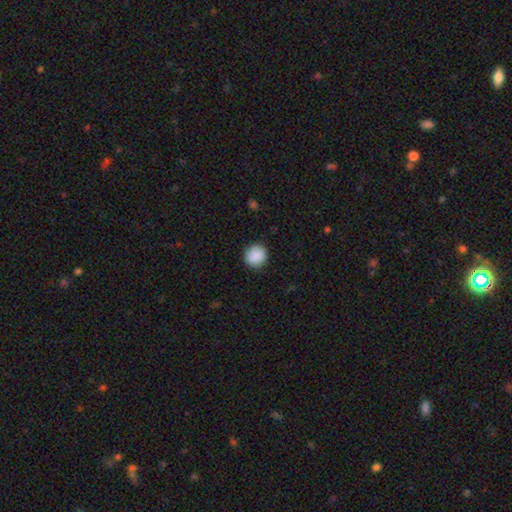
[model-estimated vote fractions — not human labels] This appears to be a smooth galaxy with no disk features (90%) that is round (86%). Merging: none (91%).